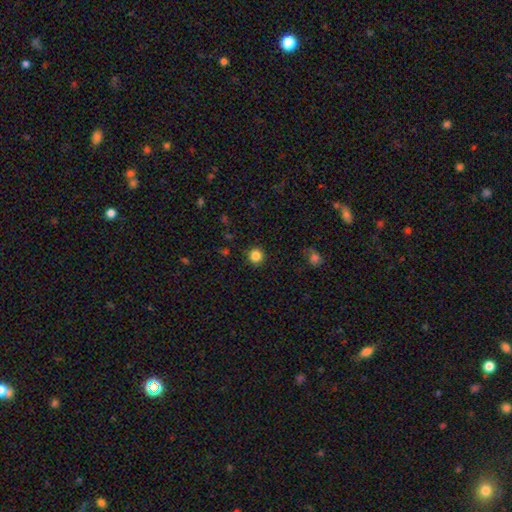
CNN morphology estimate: Smooth or featured: smooth — 85% (star or artifact — 11%)
How rounded: round — 94% (in between — 5%)
Merging: none — 91% (minor disturbance — 6%)